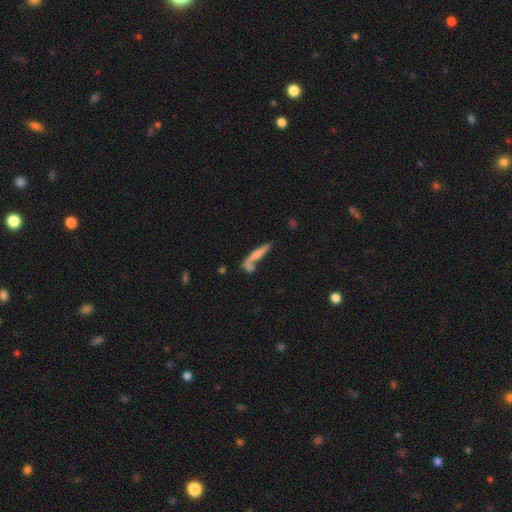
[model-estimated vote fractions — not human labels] This appears to be a smooth galaxy with no disk features (61%) that is cigar-shaped (85%). Merging: none (46%).